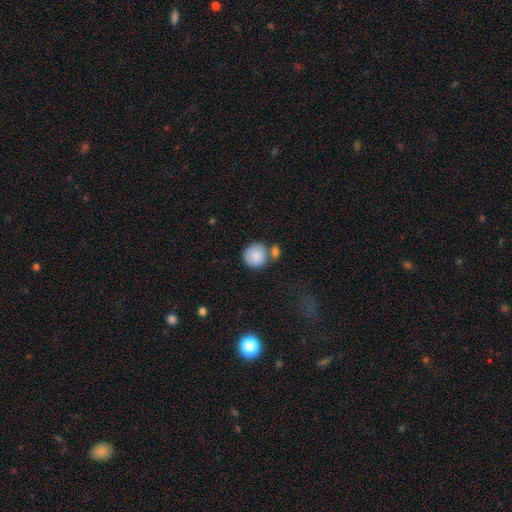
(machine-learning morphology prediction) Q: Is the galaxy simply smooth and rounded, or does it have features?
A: smooth — 86%.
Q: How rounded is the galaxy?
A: round — 90%.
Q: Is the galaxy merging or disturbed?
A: none — 62%.